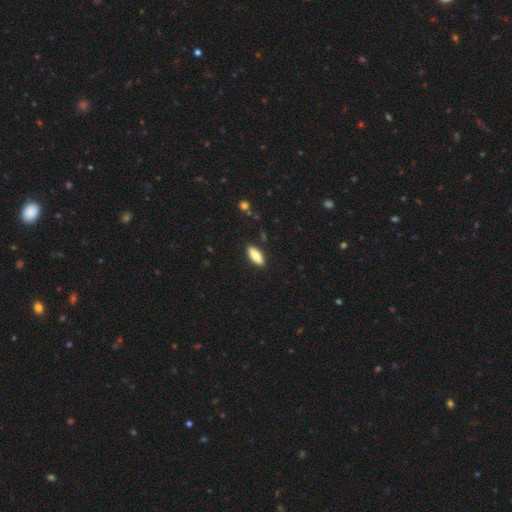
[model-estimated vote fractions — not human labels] This appears to be a smooth galaxy with no disk features (81%) that is in between round and cigar-shaped (69%). Merging: none (88%).